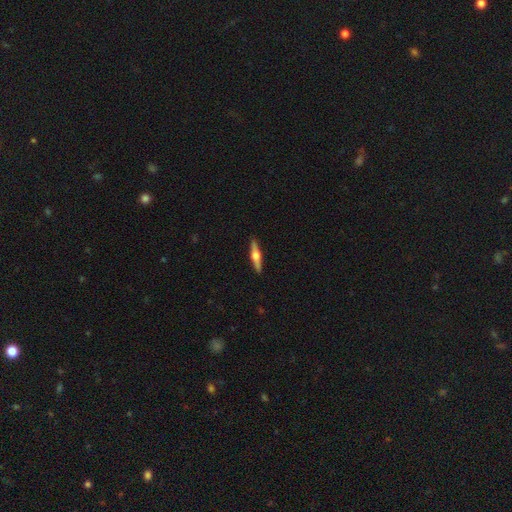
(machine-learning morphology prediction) This appears to be a featured or disk galaxy (68%) viewed edge-on (97%) with a rounded central bulge (94%). Merging: none (91%).